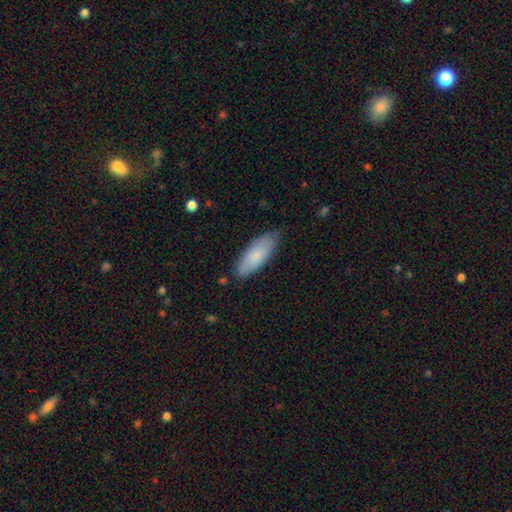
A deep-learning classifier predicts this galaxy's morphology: This is likely a smooth galaxy (79%). How rounded: likely in between (72%). Merging: likely none (79%).